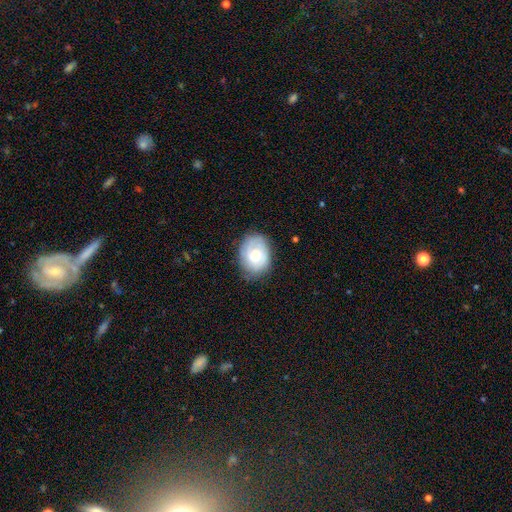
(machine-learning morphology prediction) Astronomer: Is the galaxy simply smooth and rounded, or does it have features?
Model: smooth — 55% (runner-up: featured or disk, 38%).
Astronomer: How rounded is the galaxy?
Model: in between — 63%.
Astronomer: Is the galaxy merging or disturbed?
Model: none — 75%.